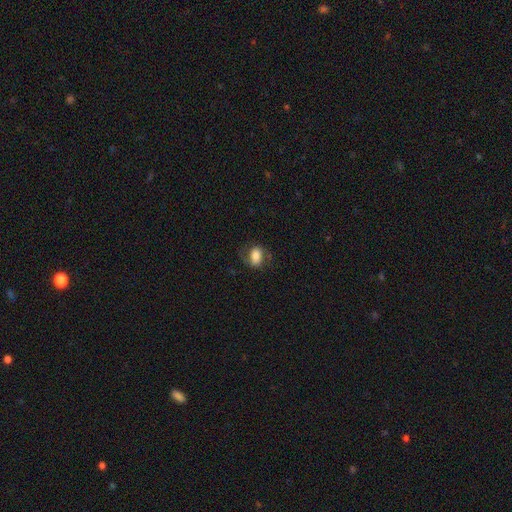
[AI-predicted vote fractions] Q: Smooth or featured?
A: smooth (68%); runner-up: featured or disk (24%)
Q: How rounded?
A: in between (80%); runner-up: round (18%)
Q: Merging?
A: none (62%); runner-up: minor disturbance (23%)